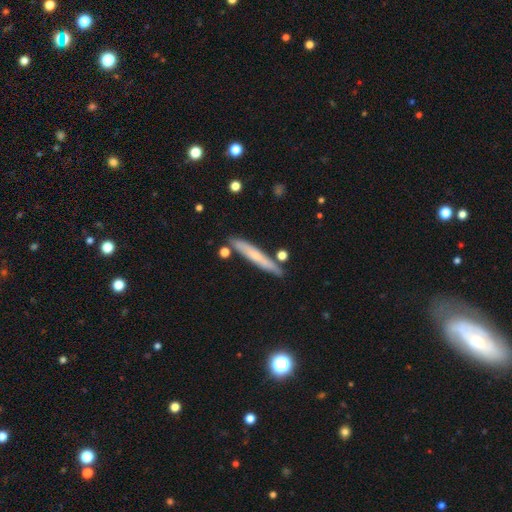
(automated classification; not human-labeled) smooth 57%, featured or disk 37%, star or artifact 7%. Down the decision tree: how rounded — cigar-shaped (94%); merging — none (83%).